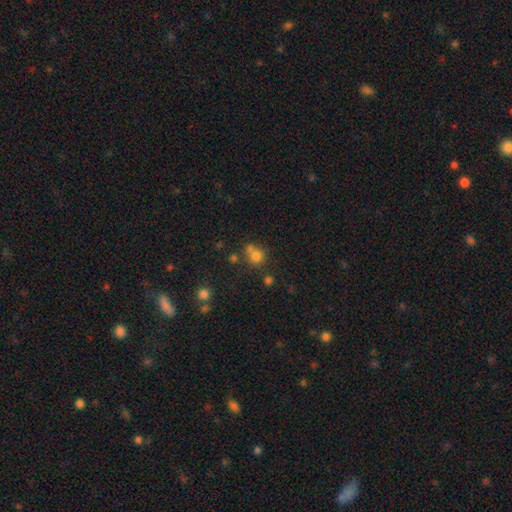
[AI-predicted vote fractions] Morphology: type=smooth (74%); roundness=round (85%); merging=none (51%).